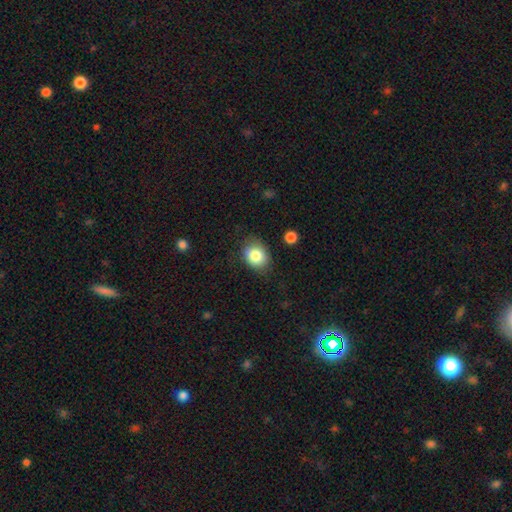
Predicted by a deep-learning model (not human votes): The model was most divided on "how rounded": in between: 52%, round: 47%, cigar-shaped: 1%. More confident: smooth or featured — smooth (83%); merging — none (79%).